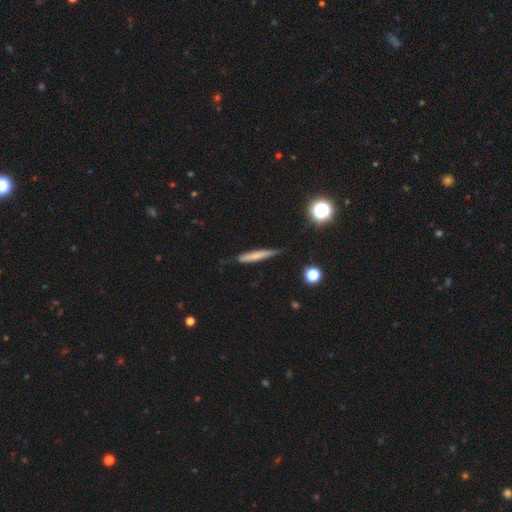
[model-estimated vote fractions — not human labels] A smooth galaxy with no disk features (61%) that is cigar-shaped (92%). Merging: none (77%).